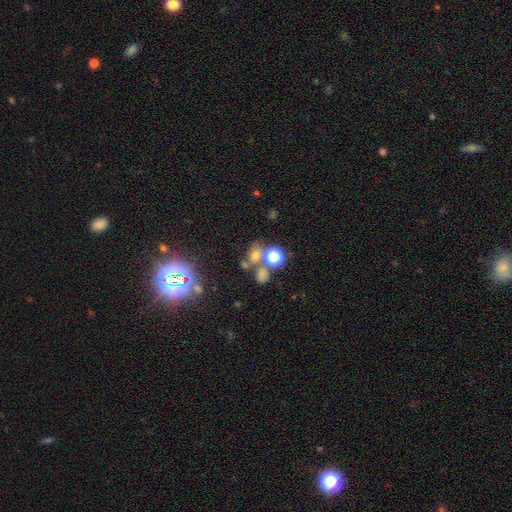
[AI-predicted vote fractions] Smooth or featured: smooth — 61% (star or artifact — 28%)
How rounded: round — 62% (in between — 36%)
Merging: none — 51% (merger — 33%)